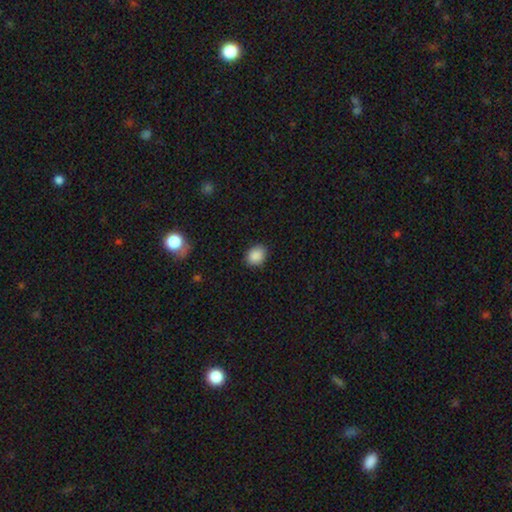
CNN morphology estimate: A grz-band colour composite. It shows a smooth galaxy with no disk features (88%) that is round (52%). Merging: none (86%).